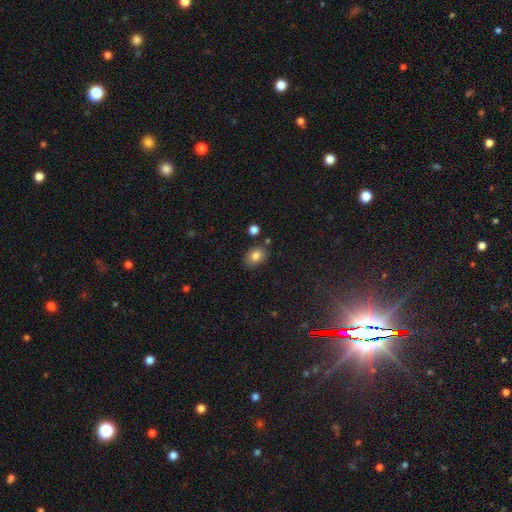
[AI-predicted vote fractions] Smooth or featured?
  - smooth: 82% *
  - featured or disk: 9%
  - star or artifact: 9%
How rounded?
  - in between: 76% *
  - round: 23%
  - cigar-shaped: 1%
Merging?
  - none: 79% *
  - minor disturbance: 13%
  - merger: 5%
  - major disturbance: 3%